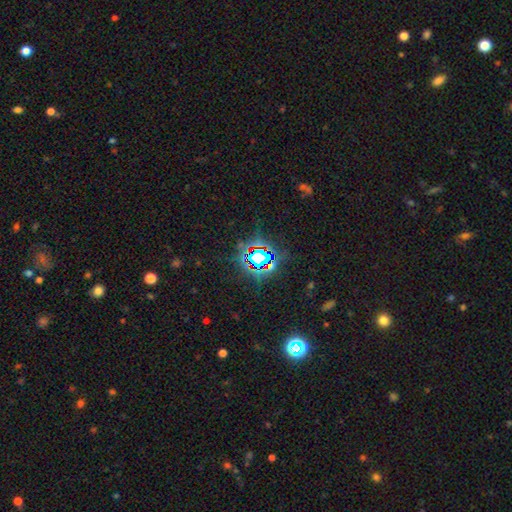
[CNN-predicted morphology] Smooth or featured? Predicted: star or artifact (p=0.76).